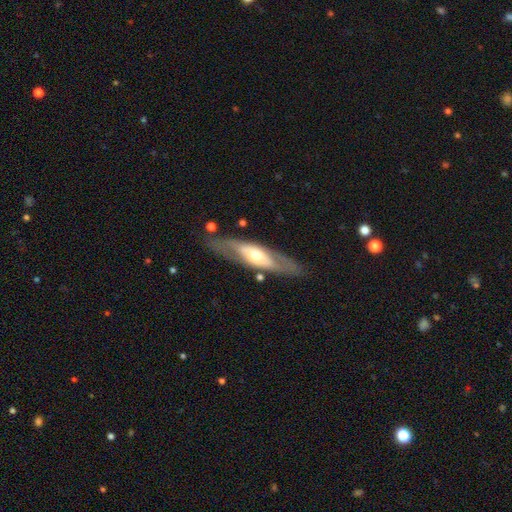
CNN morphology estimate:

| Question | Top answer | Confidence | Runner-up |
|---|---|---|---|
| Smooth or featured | featured or disk | 65% | smooth (30%) |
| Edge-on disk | no | 58% | yes (42%) |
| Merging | none | 78% | minor disturbance (13%) |